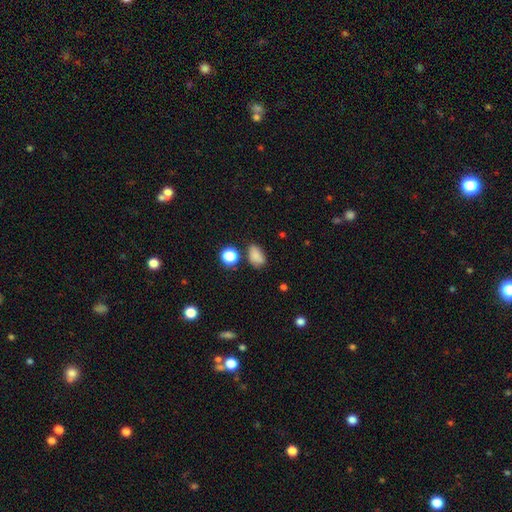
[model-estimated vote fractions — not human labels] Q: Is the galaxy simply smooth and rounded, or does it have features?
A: smooth — 80%.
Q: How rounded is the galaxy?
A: in between — 81%.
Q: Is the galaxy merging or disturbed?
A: none — 66%.